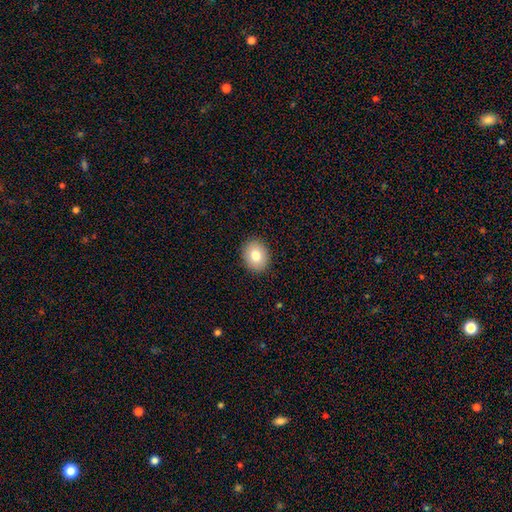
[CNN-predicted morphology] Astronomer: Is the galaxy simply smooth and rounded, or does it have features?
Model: smooth — 80%.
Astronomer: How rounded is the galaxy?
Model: round — 50% (runner-up: in between, 49%).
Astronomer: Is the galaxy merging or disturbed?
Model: none — 90%.